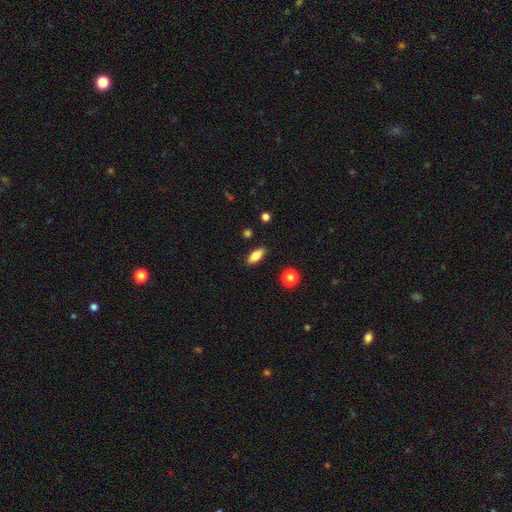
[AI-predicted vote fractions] Morphology: type=smooth (80%); roundness=in between (77%); merging=none (87%).